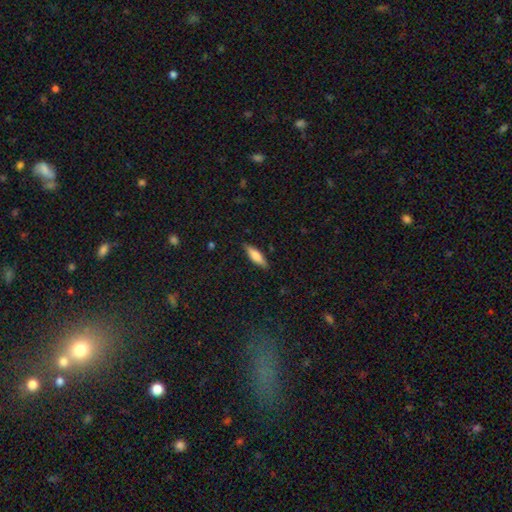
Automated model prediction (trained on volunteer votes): Morphology: type=smooth (70%); roundness=cigar-shaped (59%); merging=none (86%).